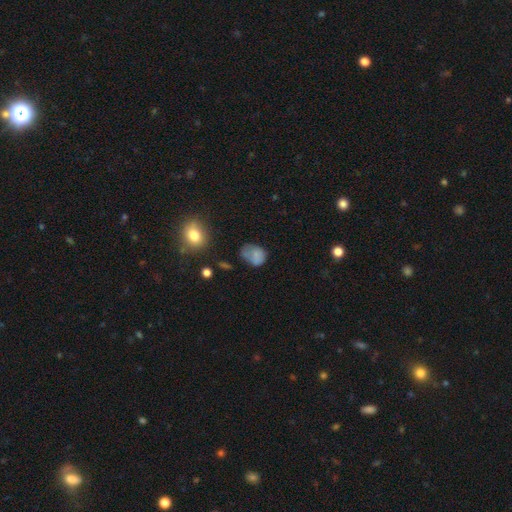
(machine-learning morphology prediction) A smooth galaxy with no disk features (73%) that is in between round and cigar-shaped (57%). Merging: none (41%).